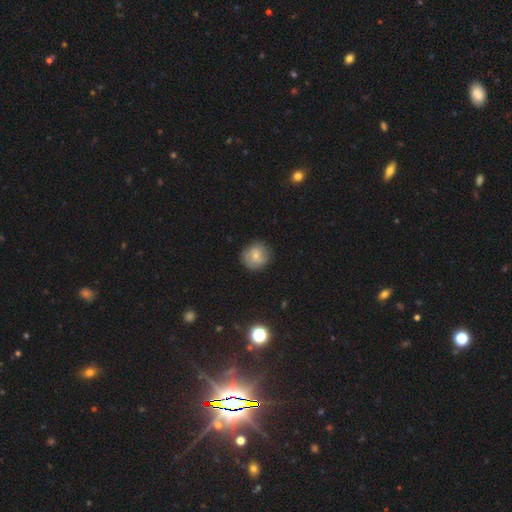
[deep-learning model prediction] Overall: smooth (68%). How rounded: round (88%). Merging: none (84%).